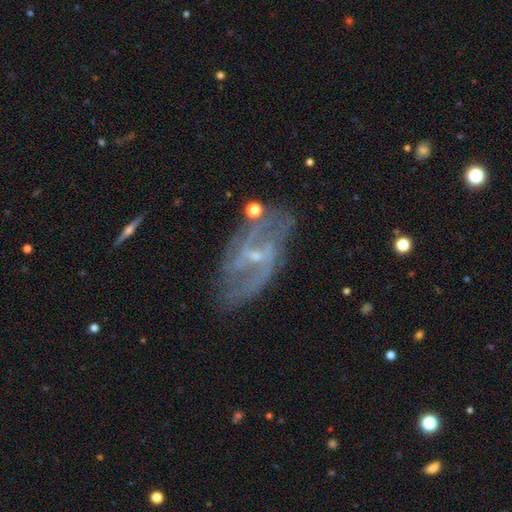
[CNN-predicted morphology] A featured or disk galaxy (83%) with a weak bar (50%), 2 (62%) medium (44%) spiral arms (89%) and a small central bulge (79%). Merging: none (67%).